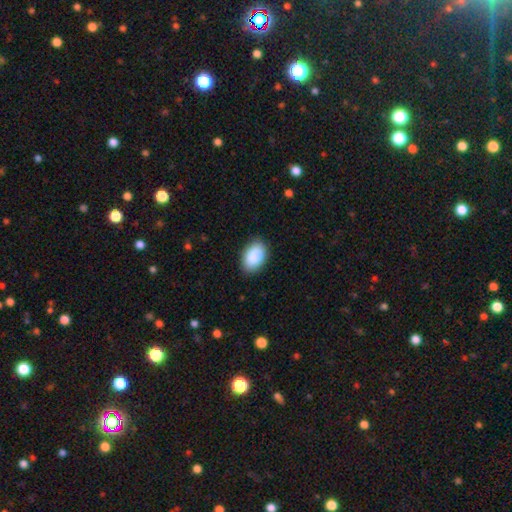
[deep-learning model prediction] Smooth or featured: smooth — 85% (featured or disk — 8%)
How rounded: in between — 90% (round — 9%)
Merging: none — 88% (minor disturbance — 9%)